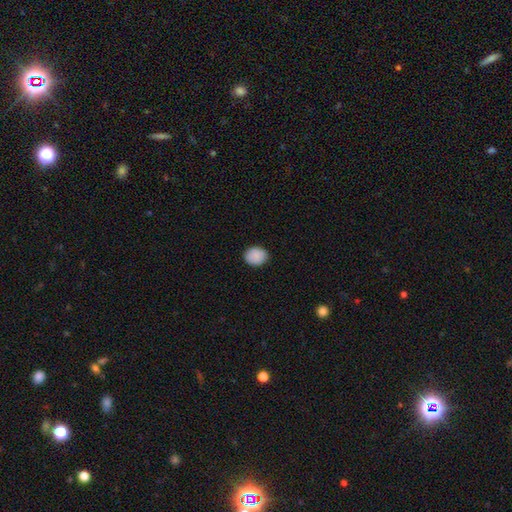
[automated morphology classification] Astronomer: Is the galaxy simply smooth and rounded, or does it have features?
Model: smooth — 88%.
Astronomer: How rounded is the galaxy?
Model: round — 59% (runner-up: in between, 40%).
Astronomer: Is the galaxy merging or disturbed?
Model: none — 88%.